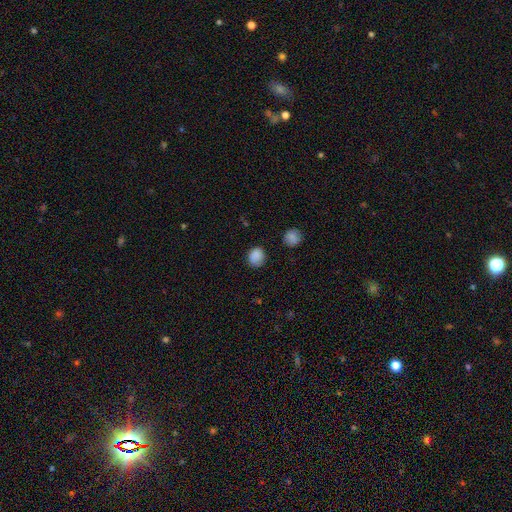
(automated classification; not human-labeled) The model was most divided on "how rounded": round: 73%, in between: 26%, cigar-shaped: 1%. More confident: smooth or featured — smooth (85%); merging — none (79%).